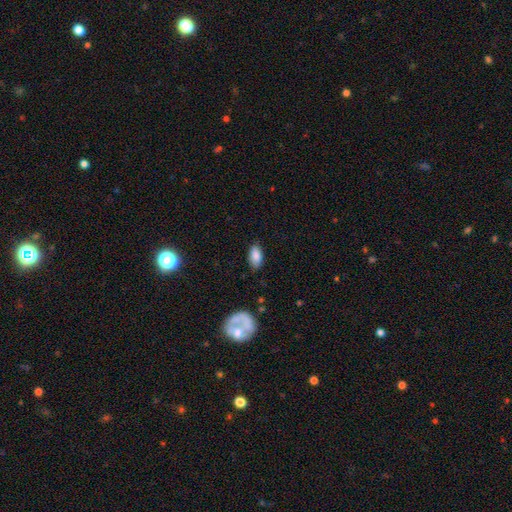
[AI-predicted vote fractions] Overall: smooth (86%). How rounded: in between (92%). Merging: none (81%).